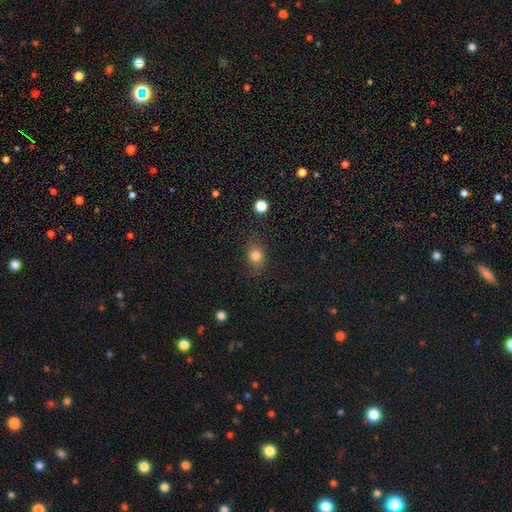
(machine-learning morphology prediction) smooth 81%, star or artifact 12%, featured or disk 8%. Down the decision tree: how rounded — in between (51%); merging — none (81%).